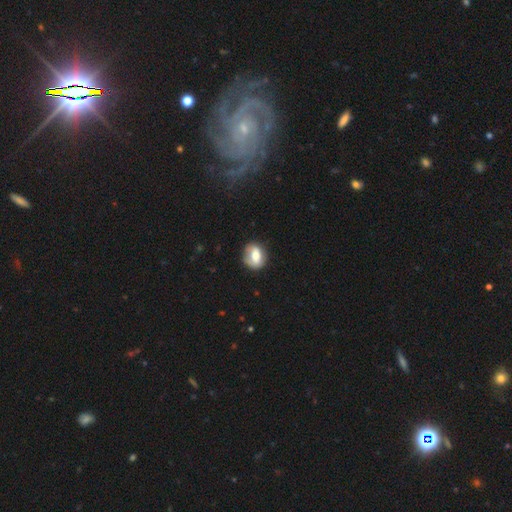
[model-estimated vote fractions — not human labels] Overall: smooth (64%; featured or disk 29%). How rounded: round (52%; in between 47%). Merging: none (70%).